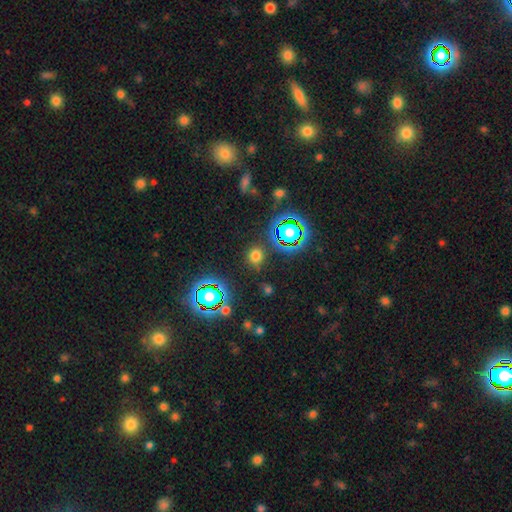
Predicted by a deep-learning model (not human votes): A smooth galaxy with no disk features (65%) that is round (85%).

Vote fractions:
- Smooth or featured? smooth: 65% / star or artifact: 29% / featured or disk: 6%
- How rounded? round: 85% / in between: 14% / cigar-shaped: 1%
- Merging? none: 84% / minor disturbance: 9% / major disturbance: 4% / merger: 3%